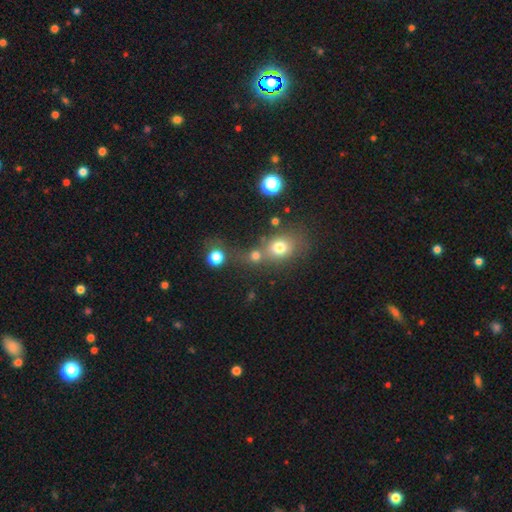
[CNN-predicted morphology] The model was most divided on "merging": none: 49%, merger: 36%, minor disturbance: 9%, major disturbance: 6%. More confident: how rounded — round (76%); smooth or featured — smooth (72%).